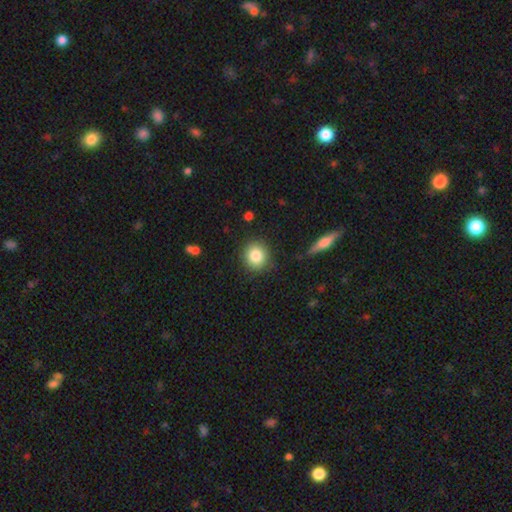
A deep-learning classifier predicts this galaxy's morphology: smooth-or-featured: smooth: 84% | star or artifact: 9% | featured or disk: 7%
  how-rounded: round: 86% | in between: 13% | cigar-shaped: 1%
  merging: none: 88% | minor disturbance: 8% | major disturbance: 2% | merger: 2%